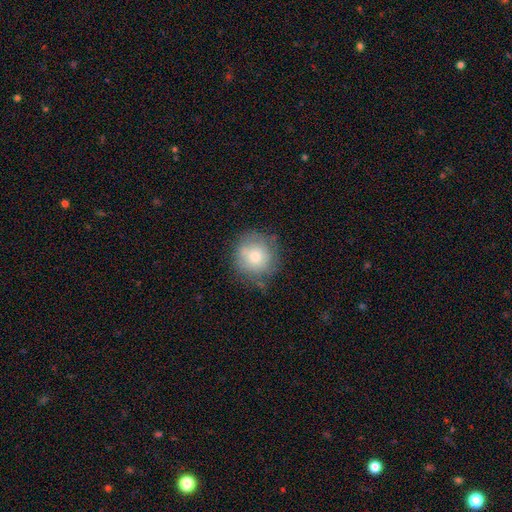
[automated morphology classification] type=smooth (72%); roundness=round (92%); merging=none (72%).